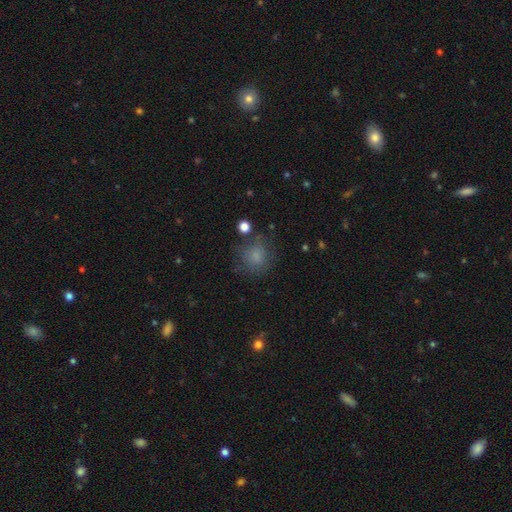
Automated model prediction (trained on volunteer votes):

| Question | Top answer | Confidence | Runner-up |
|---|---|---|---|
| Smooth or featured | smooth | 76% | star or artifact (13%) |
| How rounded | round | 83% | in between (16%) |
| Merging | none | 65% | minor disturbance (19%) |